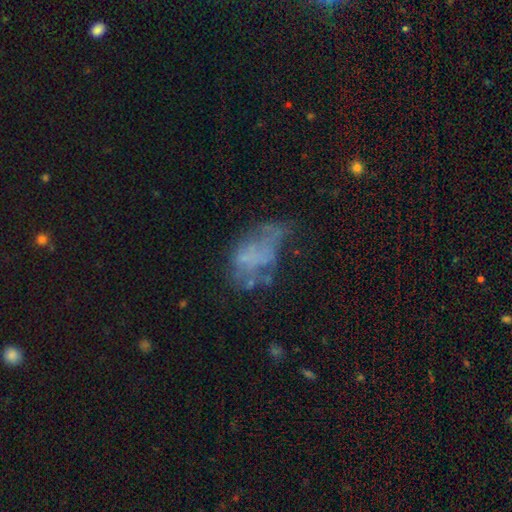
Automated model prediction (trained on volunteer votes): Smooth or featured? Predicted: featured or disk (p=0.46). Merging? Predicted: major disturbance (p=0.35).